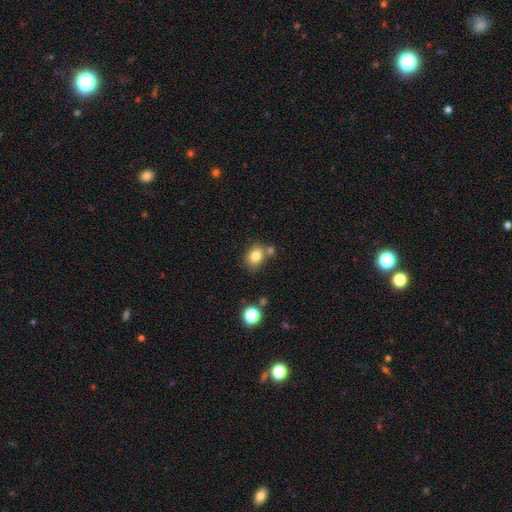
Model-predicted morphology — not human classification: type=smooth (81%); roundness=in between (52%); merging=none (61%).